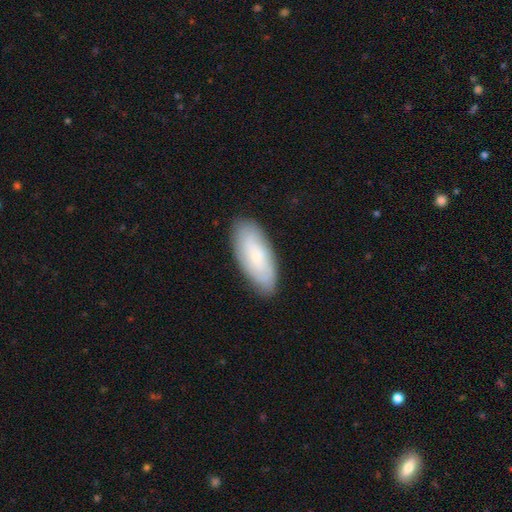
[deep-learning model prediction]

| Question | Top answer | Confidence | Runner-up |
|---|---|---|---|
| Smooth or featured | smooth | 59% | featured or disk (34%) |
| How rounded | in between | 82% | cigar-shaped (16%) |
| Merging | none | 84% | minor disturbance (13%) |